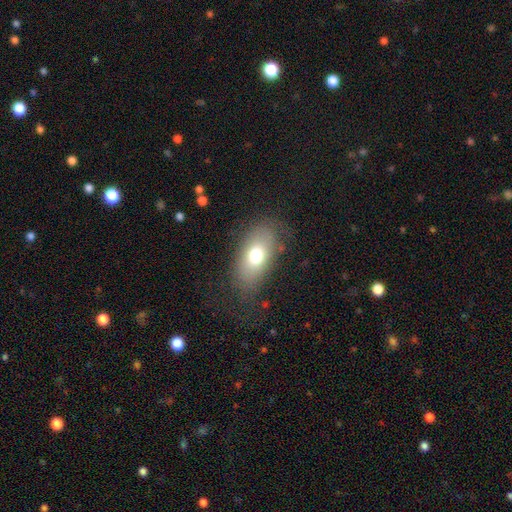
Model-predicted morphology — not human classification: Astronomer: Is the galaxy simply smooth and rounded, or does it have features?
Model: smooth — 70%.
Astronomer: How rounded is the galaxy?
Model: in between — 88%.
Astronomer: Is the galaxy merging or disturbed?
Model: none — 75%.